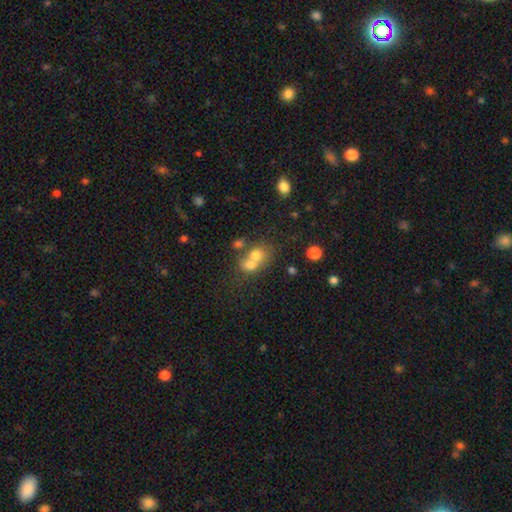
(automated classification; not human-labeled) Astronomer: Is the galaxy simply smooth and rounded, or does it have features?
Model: smooth — 68%.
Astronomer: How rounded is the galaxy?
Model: round — 59% (runner-up: in between, 40%).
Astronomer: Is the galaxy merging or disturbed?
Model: merger — 64%.